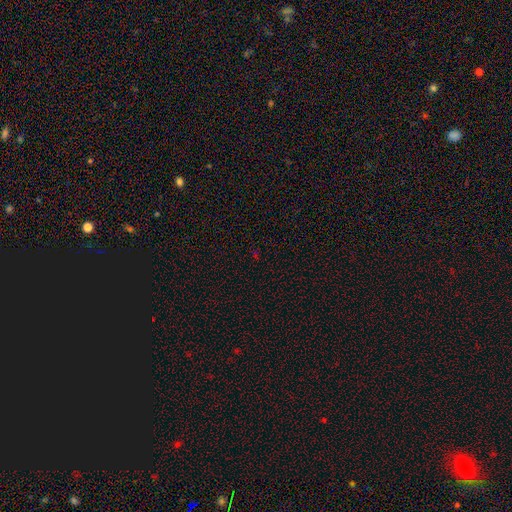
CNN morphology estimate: This appears to be a star or artifact, not a galaxy (67%).